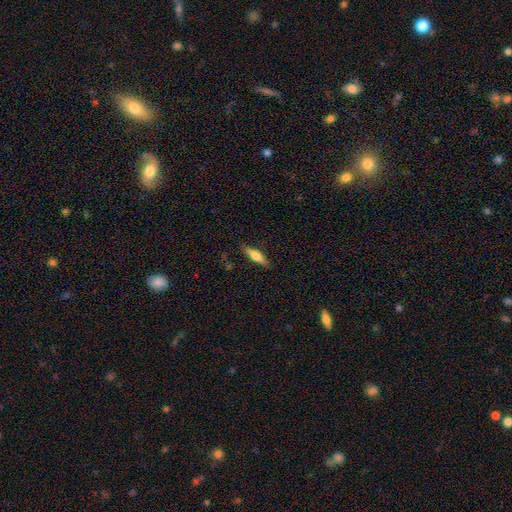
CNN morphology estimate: smooth-or-featured: smooth: 61% | featured or disk: 33% | star or artifact: 6%
  how-rounded: cigar-shaped: 60% | in between: 38% | round: 2%
  merging: none: 82% | minor disturbance: 14% | major disturbance: 3% | merger: 1%